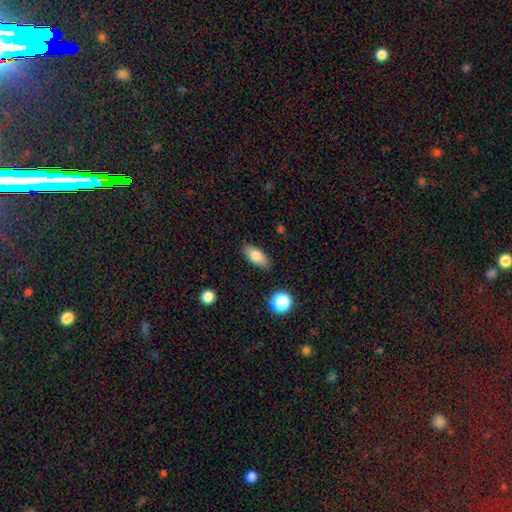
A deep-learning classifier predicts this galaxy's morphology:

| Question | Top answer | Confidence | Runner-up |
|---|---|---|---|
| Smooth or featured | smooth | 81% | featured or disk (12%) |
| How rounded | in between | 85% | cigar-shaped (11%) |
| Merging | none | 86% | minor disturbance (10%) |